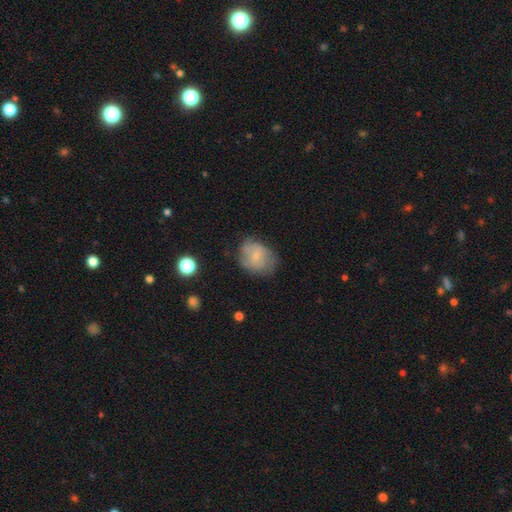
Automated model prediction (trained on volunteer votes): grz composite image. It shows a smooth galaxy with no disk features (58%) that is round (51%). Merging: none (57%).